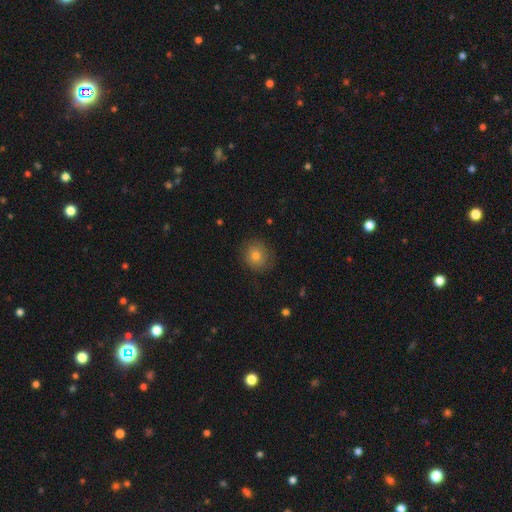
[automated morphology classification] Overall: smooth (76%). How rounded: round (85%). Merging: none (84%).